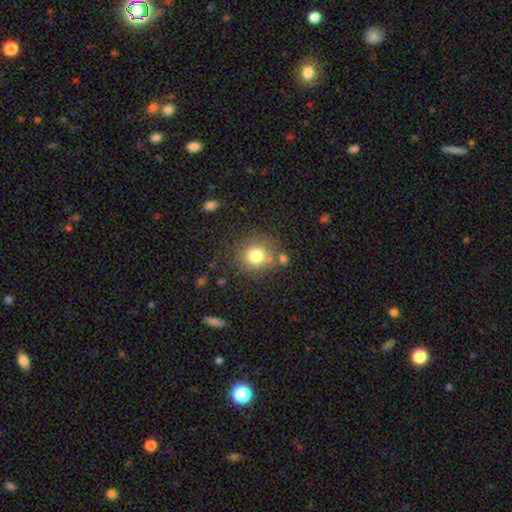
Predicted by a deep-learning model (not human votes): smooth_or_featured: smooth (p=0.78) [alt: star or artifact p=0.12]
how_rounded: round (p=0.86) [alt: in between p=0.13]
merging: none (p=0.74) [alt: minor disturbance p=0.13]